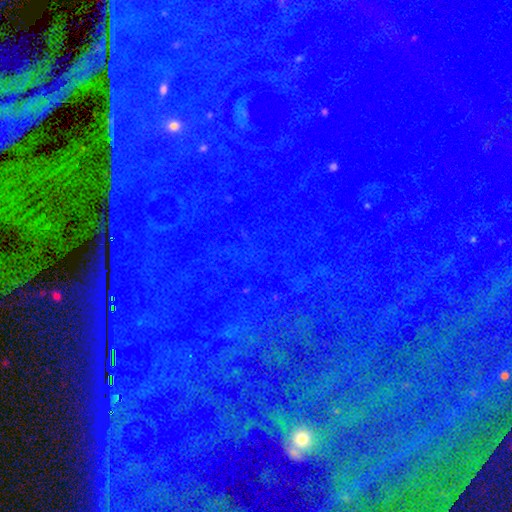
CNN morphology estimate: The model was most divided on "smooth or featured": star or artifact: 86%, featured or disk: 7%, smooth: 7%.